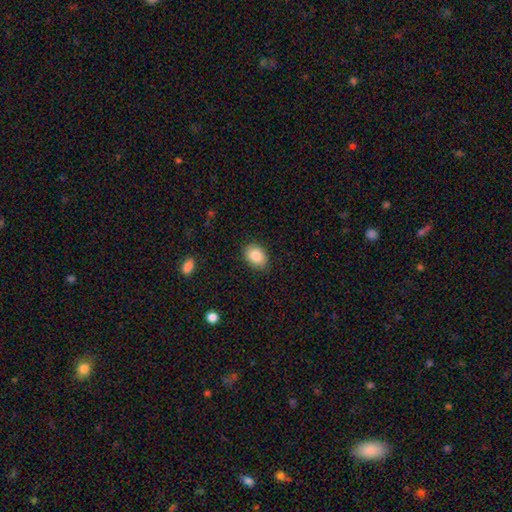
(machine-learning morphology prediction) Smooth or featured: smooth — 87% (star or artifact — 7%)
How rounded: in between — 78% (round — 21%)
Merging: none — 86% (minor disturbance — 10%)